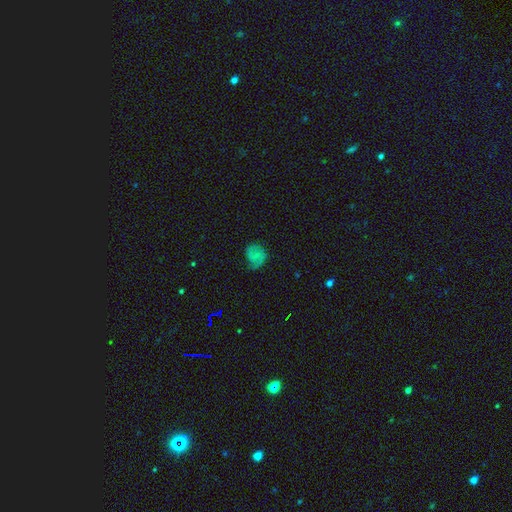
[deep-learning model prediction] smooth_or_featured: smooth (p=0.47) [alt: featured or disk p=0.40]
merging: none (p=0.54) [alt: minor disturbance p=0.28]